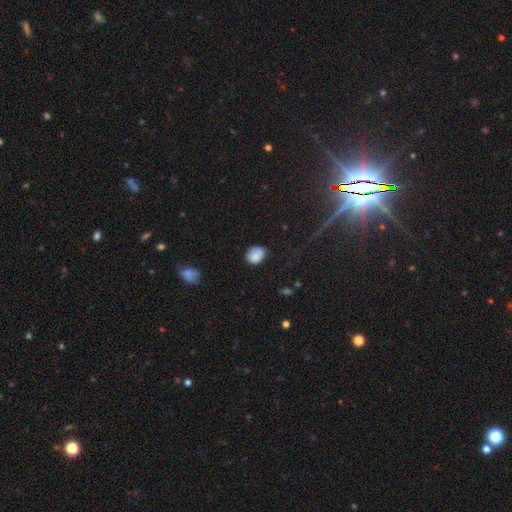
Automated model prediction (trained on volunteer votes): Smooth or featured? smooth (82%)
How rounded? in between (50%)
Merging? none (62%)